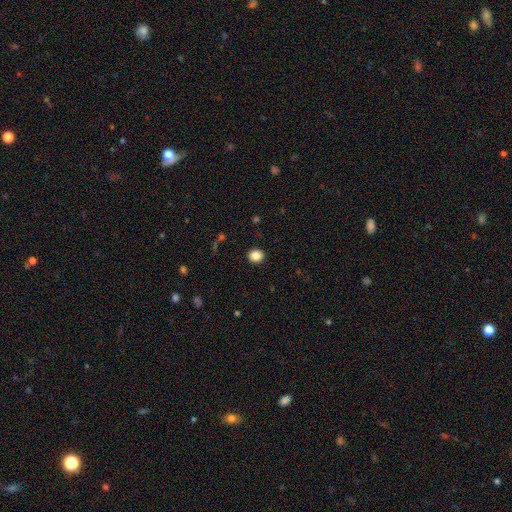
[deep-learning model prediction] smooth 86%, star or artifact 10%, featured or disk 4%. Down the decision tree: how rounded — round (83%); merging — none (92%).